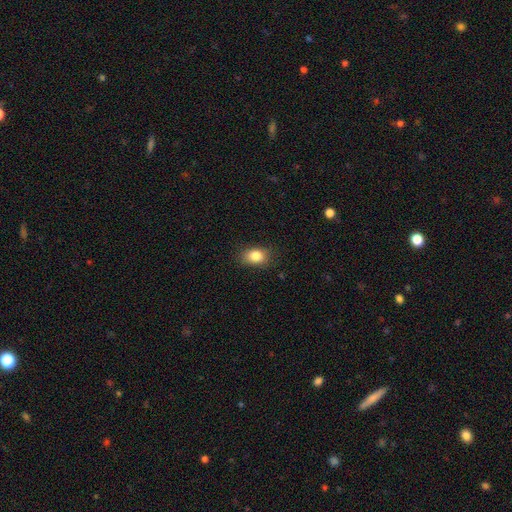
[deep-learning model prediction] Q: Smooth or featured?
A: smooth (83%); runner-up: star or artifact (9%)
Q: How rounded?
A: in between (74%); runner-up: round (25%)
Q: Merging?
A: none (80%); runner-up: minor disturbance (15%)